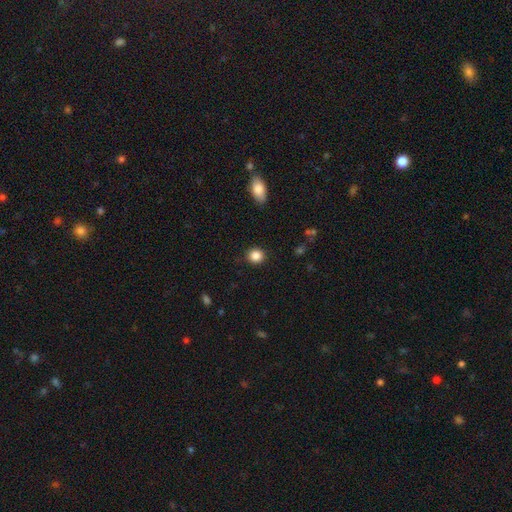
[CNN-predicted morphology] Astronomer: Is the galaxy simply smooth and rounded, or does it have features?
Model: smooth — 86%.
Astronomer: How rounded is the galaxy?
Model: round — 81%.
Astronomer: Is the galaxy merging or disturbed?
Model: none — 89%.